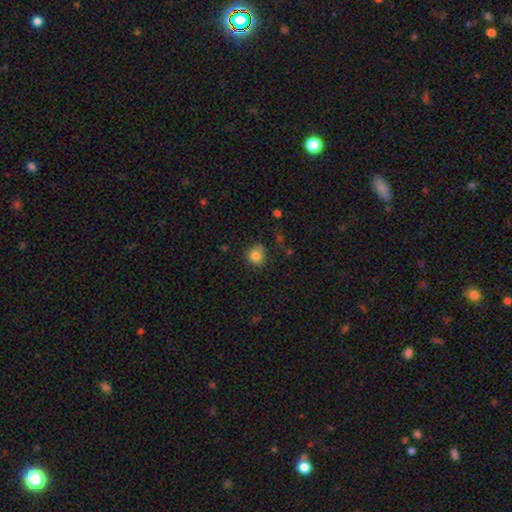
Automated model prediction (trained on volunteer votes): Smooth or featured?
  - smooth: 83% *
  - star or artifact: 11%
  - featured or disk: 6%
How rounded?
  - round: 85% *
  - in between: 14%
  - cigar-shaped: 1%
Merging?
  - none: 74% *
  - minor disturbance: 18%
  - major disturbance: 4%
  - merger: 3%